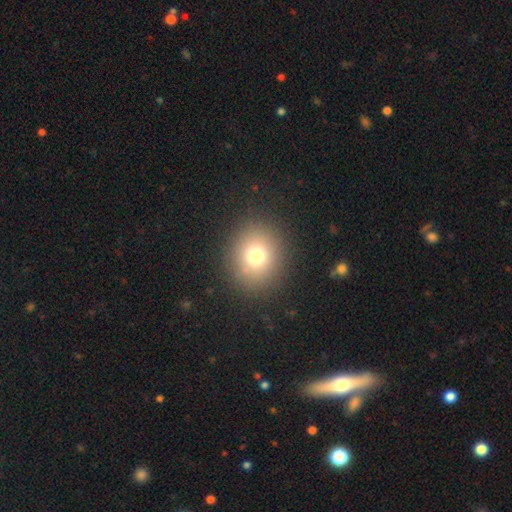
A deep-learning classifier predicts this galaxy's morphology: A smooth galaxy with no disk features (73%) that is round (80%). Merging: none (88%).